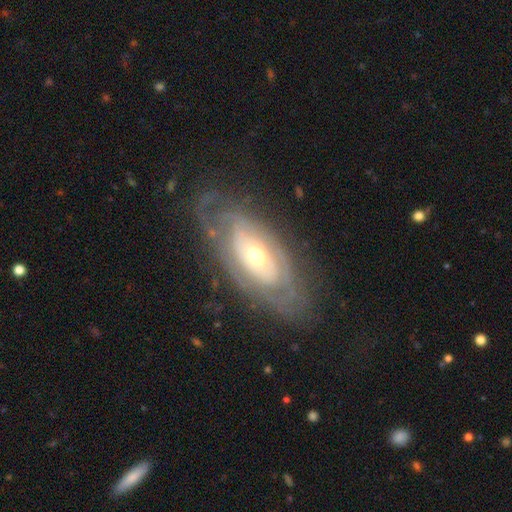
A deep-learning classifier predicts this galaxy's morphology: Smooth or featured? Predicted: featured or disk (p=0.78). Edge-on disk? Predicted: no (p=0.90). Bar? Predicted: no (p=0.79). Spiral arms? Predicted: yes (p=0.70). Bulge size? Predicted: moderate (p=0.55). Merging? Predicted: none (p=0.70).